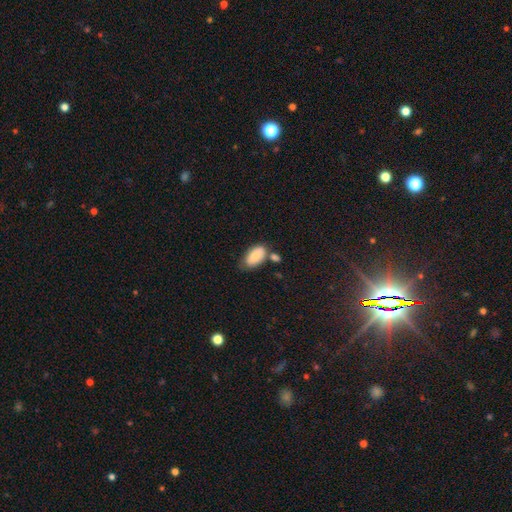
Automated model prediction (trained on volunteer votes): smooth 84%, featured or disk 9%, star or artifact 7%. Down the decision tree: how rounded — in between (95%); merging — none (51%).